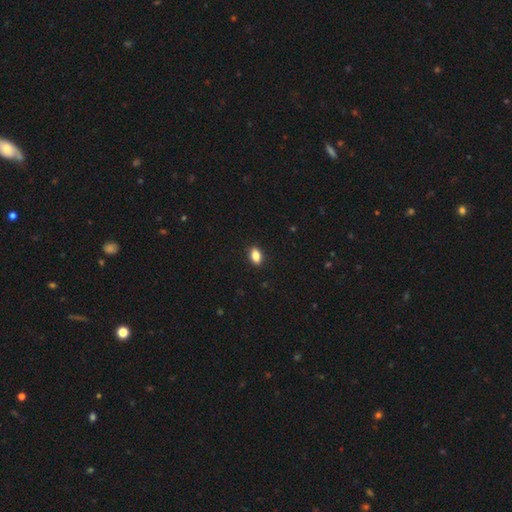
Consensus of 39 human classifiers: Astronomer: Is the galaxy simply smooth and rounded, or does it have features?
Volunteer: smooth — 77%.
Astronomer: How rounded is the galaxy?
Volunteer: in between — 87%.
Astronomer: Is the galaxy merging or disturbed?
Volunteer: none — 89%.